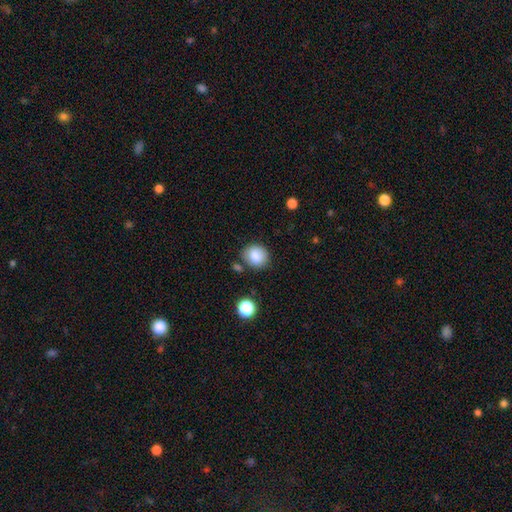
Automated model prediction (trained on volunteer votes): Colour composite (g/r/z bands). It shows a smooth galaxy with no disk features (84%) that is round (78%). Merging: none (80%).